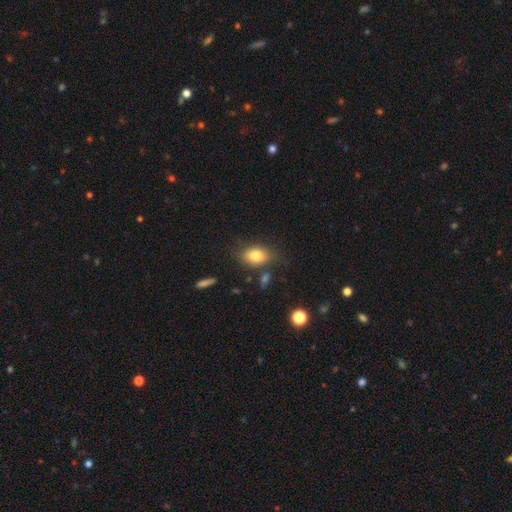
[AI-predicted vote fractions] Overall: smooth (80%). How rounded: in between (82%). Merging: none (72%).